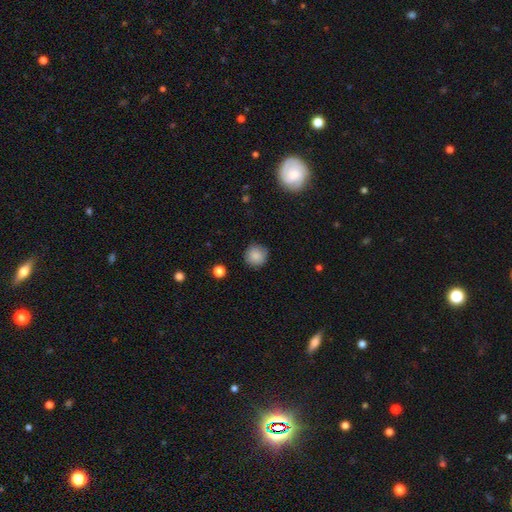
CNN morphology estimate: Smooth or featured? smooth (86%)
How rounded? round (94%)
Merging? none (87%)